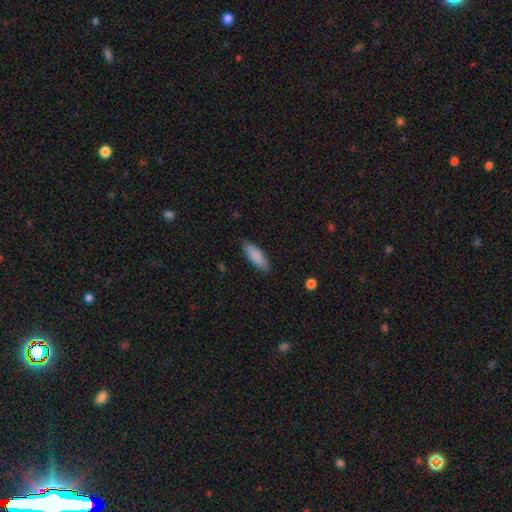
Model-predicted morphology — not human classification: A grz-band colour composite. It shows a smooth galaxy with no disk features (87%) that is in between round and cigar-shaped (57%). Merging: none (84%).